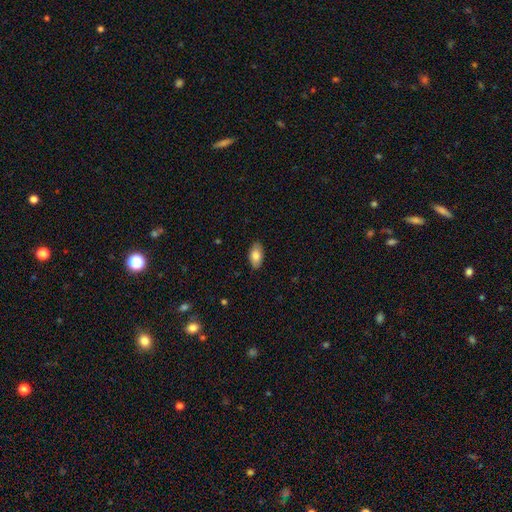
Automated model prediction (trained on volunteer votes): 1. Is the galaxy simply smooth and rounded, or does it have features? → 80% smooth, 13% featured or disk, 7% star or artifact.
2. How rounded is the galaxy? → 93% in between, 3% cigar-shaped, 3% round.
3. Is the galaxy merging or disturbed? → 87% none, 10% minor disturbance, 2% major disturbance, 1% merger.